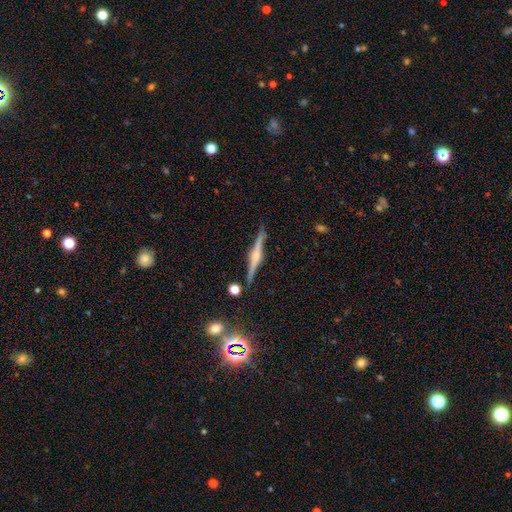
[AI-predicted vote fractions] Smooth or featured? Predicted: featured or disk (p=0.80). Edge-on disk? Predicted: yes (p=0.98). Edge-on bulge? Predicted: rounded (p=0.84). Merging? Predicted: none (p=0.88).